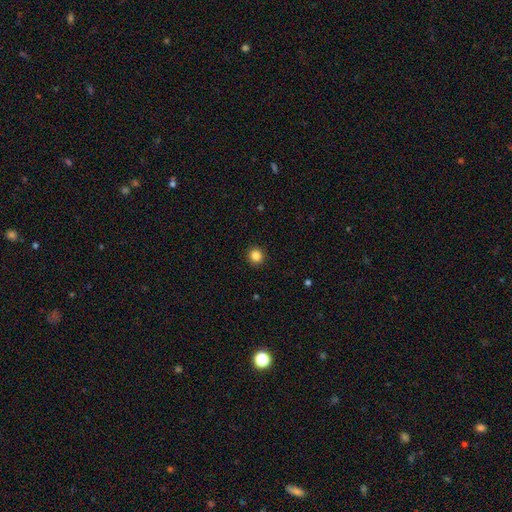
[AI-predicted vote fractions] A smooth galaxy with no disk features (85%) that is round (92%).

Vote fractions:
- Smooth or featured? smooth: 85% / star or artifact: 11% / featured or disk: 4%
- How rounded? round: 92% / in between: 7% / cigar-shaped: 1%
- Merging? none: 93% / minor disturbance: 5% / major disturbance: 2% / merger: 1%